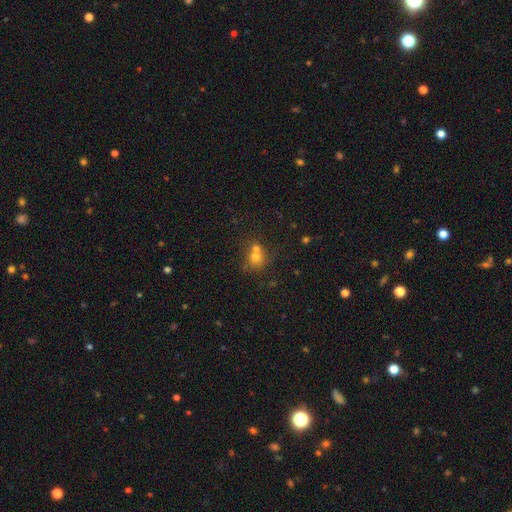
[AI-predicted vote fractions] Smooth or featured? smooth (64%)
How rounded? round (79%)
Merging? merger (45%)